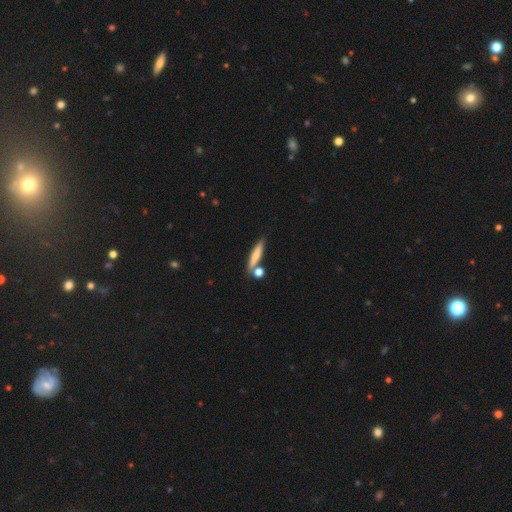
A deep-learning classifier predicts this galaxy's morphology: smooth-or-featured: smooth: 68% | featured or disk: 24% | star or artifact: 8%
  how-rounded: cigar-shaped: 83% | in between: 13% | round: 4%
  merging: none: 71% | merger: 13% | minor disturbance: 12% | major disturbance: 4%